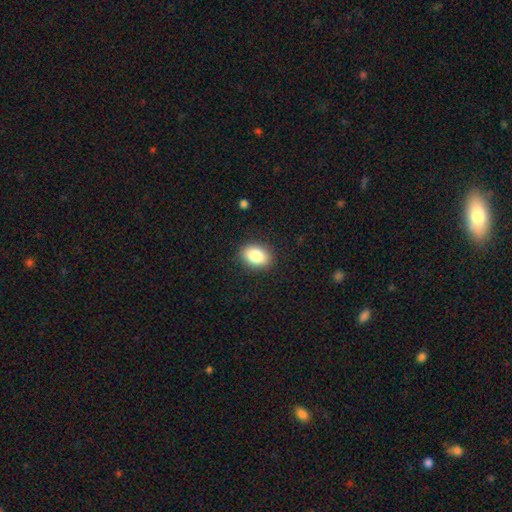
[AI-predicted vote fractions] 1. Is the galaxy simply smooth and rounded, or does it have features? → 84% smooth, 8% star or artifact, 8% featured or disk.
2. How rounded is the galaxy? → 76% in between, 23% round, 1% cigar-shaped.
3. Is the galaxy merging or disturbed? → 89% none, 8% minor disturbance, 2% major disturbance, 1% merger.